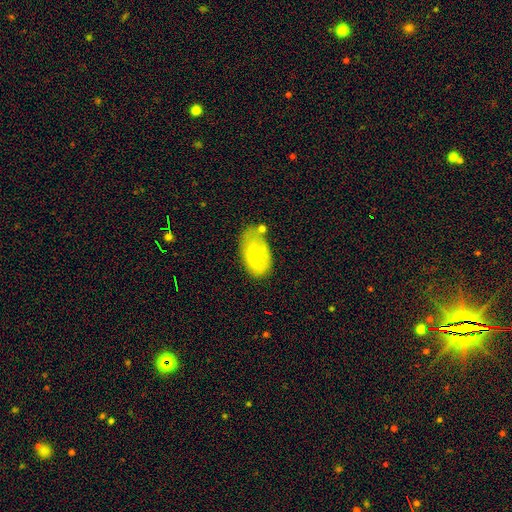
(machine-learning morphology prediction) smooth-or-featured: smooth: 64% | featured or disk: 29% | star or artifact: 7%
  how-rounded: in between: 93% | round: 5% | cigar-shaped: 2%
  merging: none: 51% | minor disturbance: 32% | major disturbance: 10% | merger: 8%